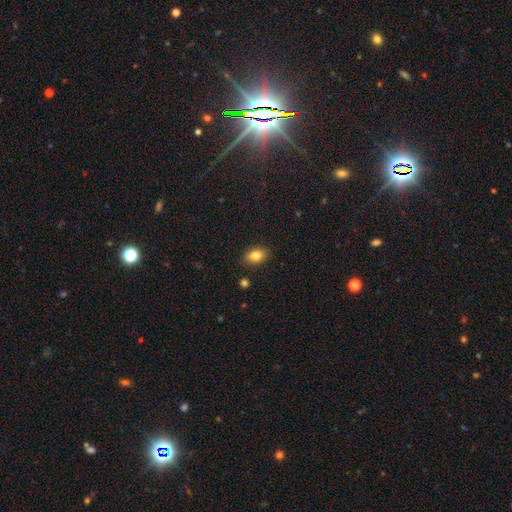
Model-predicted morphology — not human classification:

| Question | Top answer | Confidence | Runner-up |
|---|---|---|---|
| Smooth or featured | smooth | 83% | star or artifact (9%) |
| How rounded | in between | 84% | round (14%) |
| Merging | none | 87% | minor disturbance (10%) |